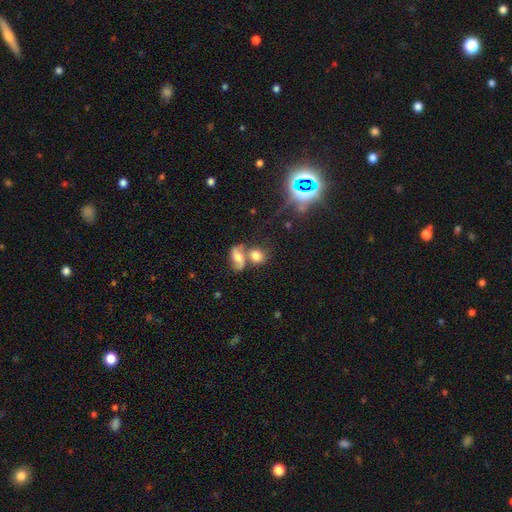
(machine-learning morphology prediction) A smooth galaxy with no disk features (65%) that is round (55%). Merging: merger (45%).